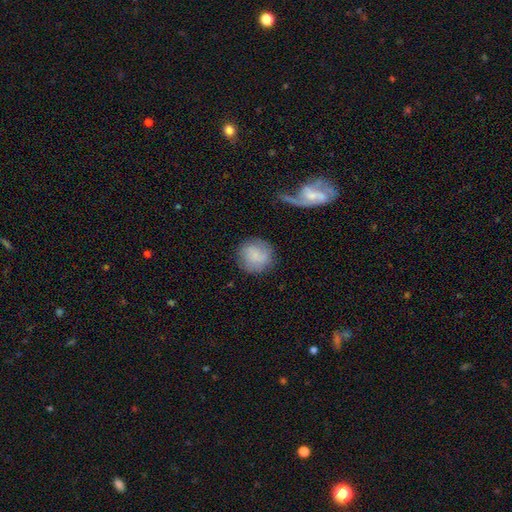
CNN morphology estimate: Overall: smooth (68%). How rounded: round (88%). Merging: none (74%).